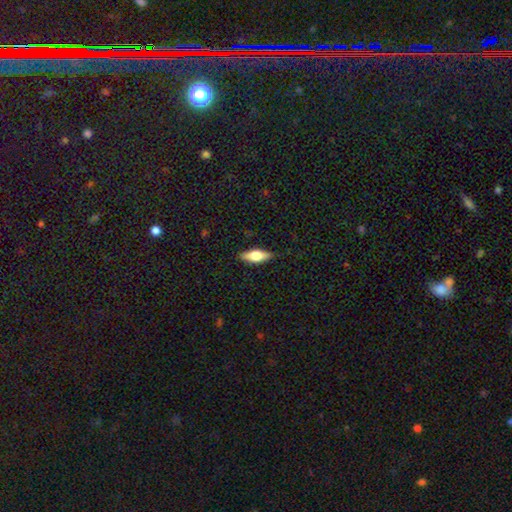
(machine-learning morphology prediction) Smooth or featured? smooth (56%)
How rounded? in between (66%)
Merging? none (85%)